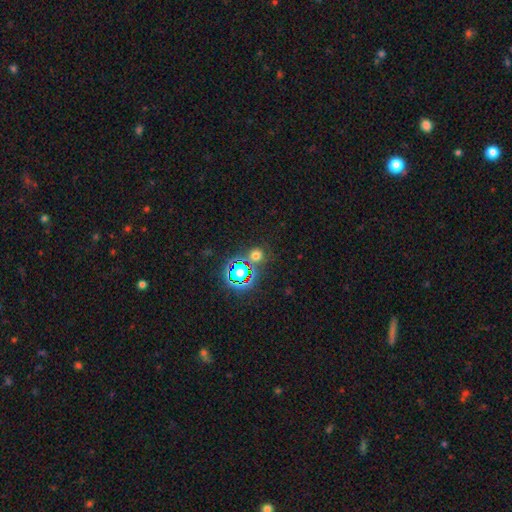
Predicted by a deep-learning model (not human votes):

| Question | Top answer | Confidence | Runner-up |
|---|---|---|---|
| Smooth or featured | smooth | 55% | star or artifact (37%) |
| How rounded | round | 85% | in between (14%) |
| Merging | none | 76% | merger (12%) |